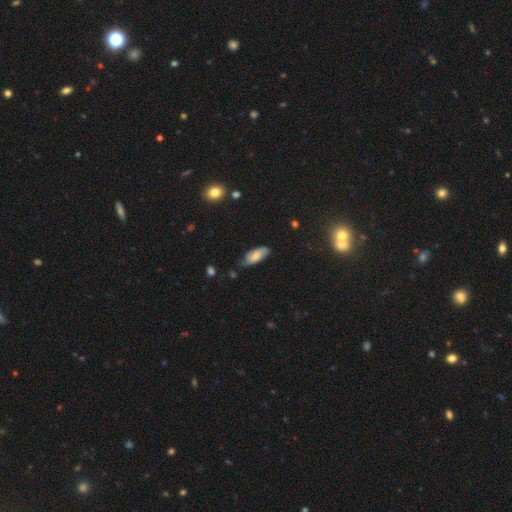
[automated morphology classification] A smooth galaxy with no disk features (61%) that is in between round and cigar-shaped (81%).

Vote fractions:
- Smooth or featured? smooth: 61% / featured or disk: 31% / star or artifact: 8%
- How rounded? in between: 81% / cigar-shaped: 17% / round: 2%
- Merging? none: 68% / minor disturbance: 25% / major disturbance: 5% / merger: 2%